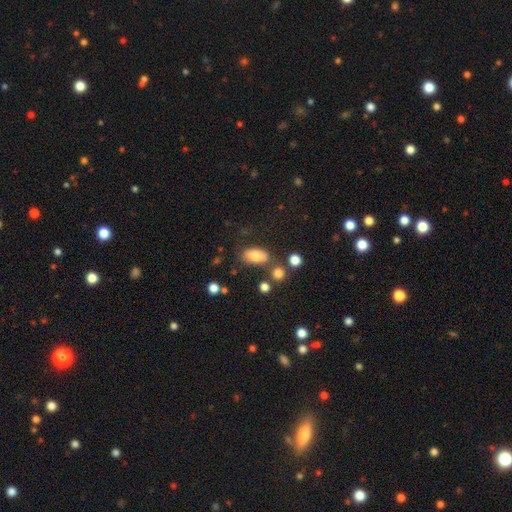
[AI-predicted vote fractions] Smooth or featured? smooth (75%)
How rounded? in between (89%)
Merging? none (66%)